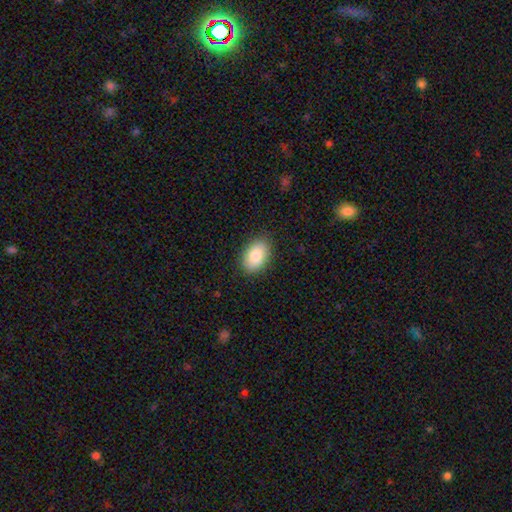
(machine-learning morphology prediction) smooth 84%, featured or disk 9%, star or artifact 7%. Down the decision tree: how rounded — in between (89%); merging — none (87%).